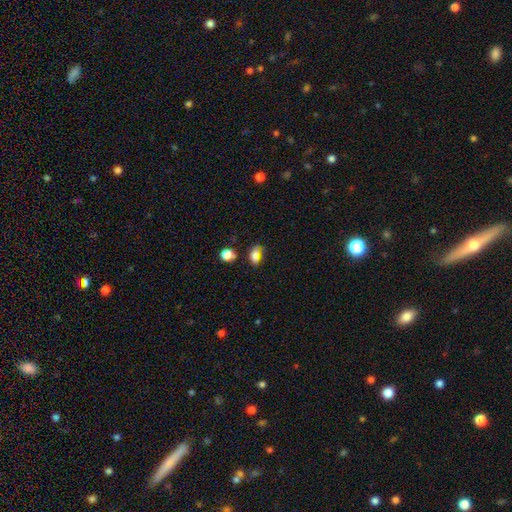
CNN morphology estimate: Q: Smooth or featured?
A: smooth (67%); runner-up: star or artifact (19%)
Q: How rounded?
A: in between (70%); runner-up: round (20%)
Q: Merging?
A: none (67%); runner-up: minor disturbance (19%)